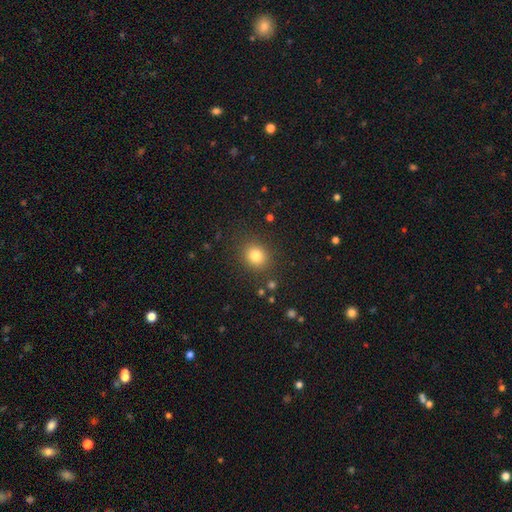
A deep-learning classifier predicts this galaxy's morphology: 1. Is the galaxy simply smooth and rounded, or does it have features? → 82% smooth, 12% star or artifact, 6% featured or disk.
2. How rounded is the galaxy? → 75% round, 25% in between, 1% cigar-shaped.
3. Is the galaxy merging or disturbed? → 86% none, 9% minor disturbance, 3% major disturbance, 2% merger.